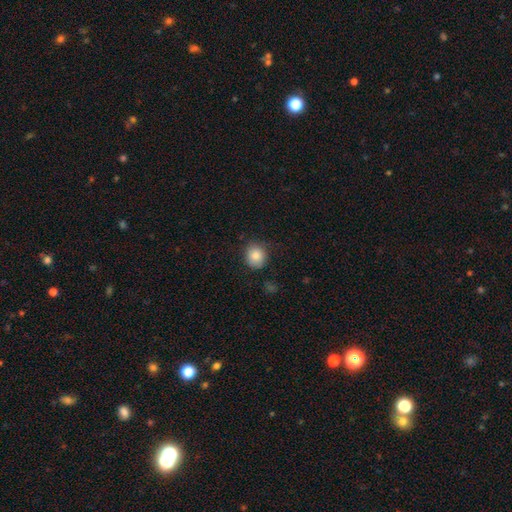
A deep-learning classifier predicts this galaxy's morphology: smooth_or_featured: smooth (p=0.85) [alt: star or artifact p=0.09]
how_rounded: round (p=0.76) [alt: in between p=0.23]
merging: none (p=0.79) [alt: minor disturbance p=0.16]